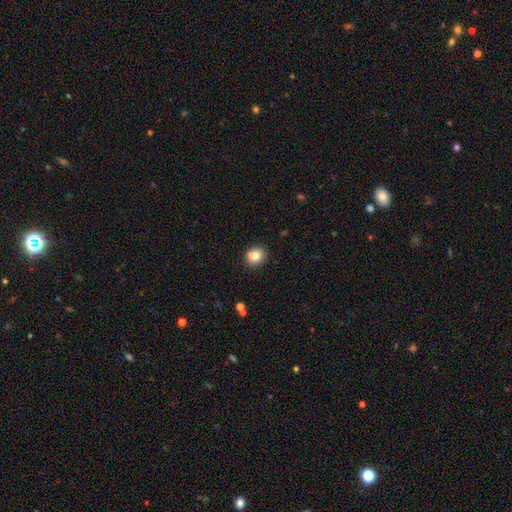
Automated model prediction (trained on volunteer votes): smooth-or-featured: smooth: 78% | featured or disk: 12% | star or artifact: 10%
  how-rounded: round: 69% | in between: 30% | cigar-shaped: 1%
  merging: none: 60% | merger: 23% | minor disturbance: 13% | major disturbance: 3%